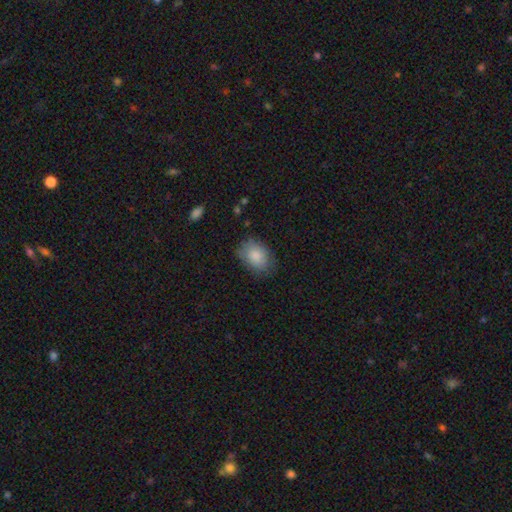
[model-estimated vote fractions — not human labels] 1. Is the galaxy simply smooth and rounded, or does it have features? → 85% smooth, 8% featured or disk, 7% star or artifact.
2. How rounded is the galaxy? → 78% in between, 21% round, 1% cigar-shaped.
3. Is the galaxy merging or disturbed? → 71% none, 22% minor disturbance, 6% major disturbance, 1% merger.